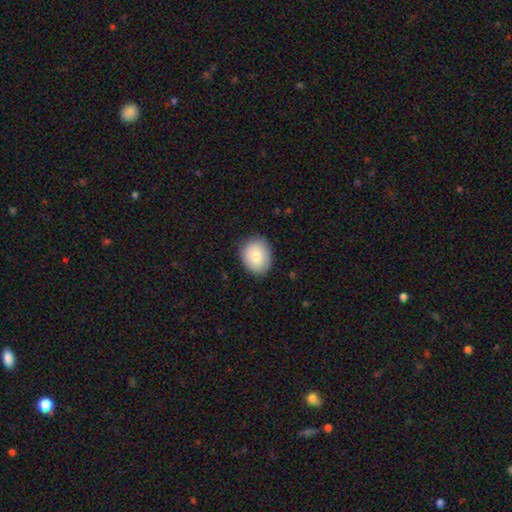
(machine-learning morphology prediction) The model was most divided on "how rounded": round: 51%, in between: 49%, cigar-shaped: 1%. More confident: merging — none (84%); smooth or featured — smooth (84%).